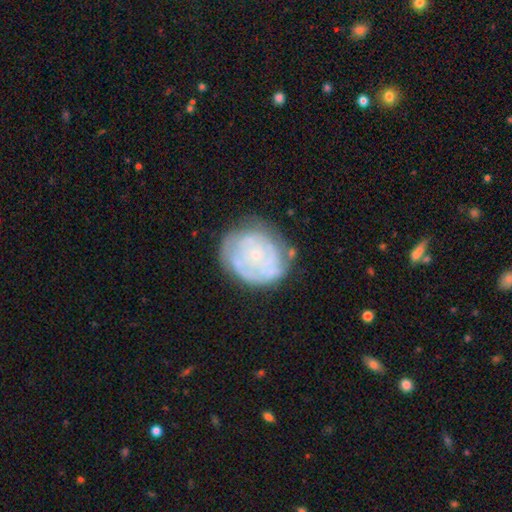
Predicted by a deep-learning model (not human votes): Morphology: type=featured or disk (64%); edge-on=no (97%); bar=no (87%); spiral arms=yes (62%); bulge=small (80%); merging=none (67%).